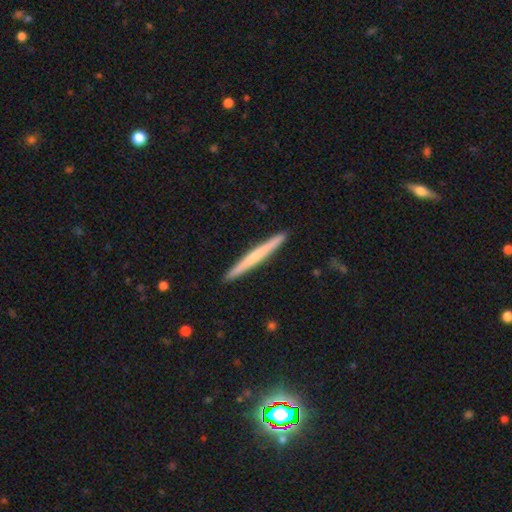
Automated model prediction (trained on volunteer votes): Smooth or featured?
  - smooth: 50% *
  - featured or disk: 45%
  - star or artifact: 5%
How rounded?
  - cigar-shaped: 97% *
  - in between: 2%
  - round: 1%
Merging?
  - none: 93% *
  - minor disturbance: 5%
  - major disturbance: 1%
  - merger: 1%